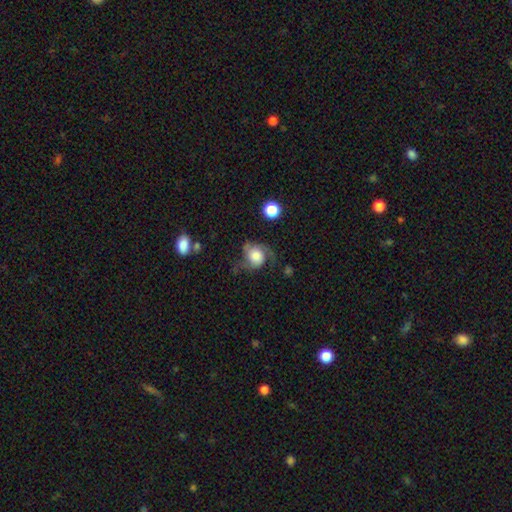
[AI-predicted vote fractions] This is possibly a featured or disk galaxy (60%). It is clearly not viewed edge-on (97%). Bar: likely no (75%). Spiral arm pattern: clearly yes (90%). Spiral arm count: likely 2 (73%). Spiral winding: marginally loose (43%). Central bulge: marginally large (44%). Merging: possibly none (49%).